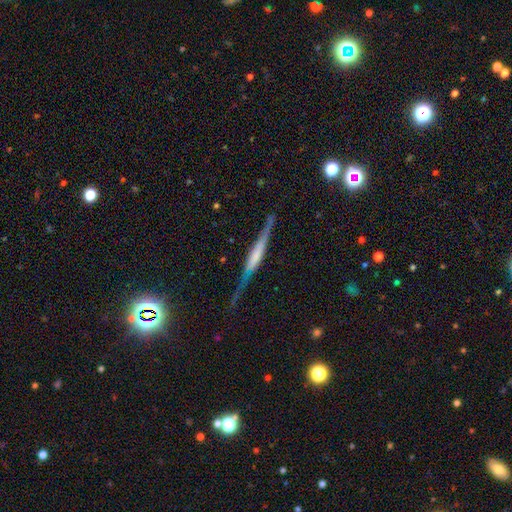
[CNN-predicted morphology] featured or disk 71%, smooth 22%, star or artifact 7%. Down the decision tree: edge-on disk — yes (95%); edge-on bulge — boxy (53%); merging — none (70%).